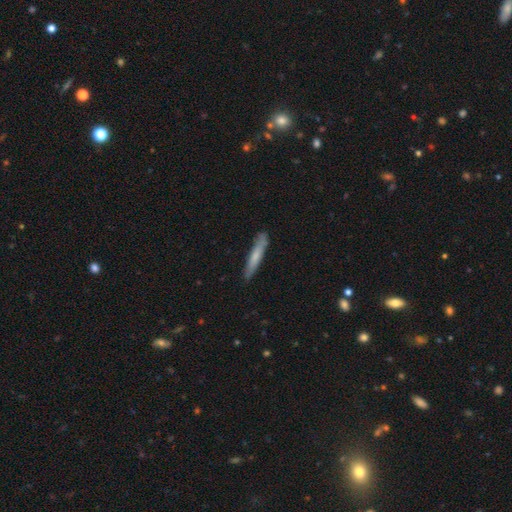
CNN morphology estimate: smooth_or_featured: smooth (p=0.66) [alt: featured or disk p=0.29]
how_rounded: cigar-shaped (p=0.94) [alt: in between p=0.05]
merging: none (p=0.84) [alt: minor disturbance p=0.12]